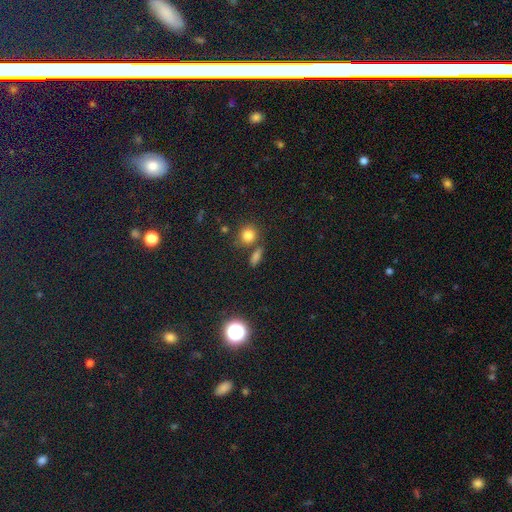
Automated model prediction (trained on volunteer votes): Smooth or featured? smooth (68%)
How rounded? round (70%)
Merging? none (69%)